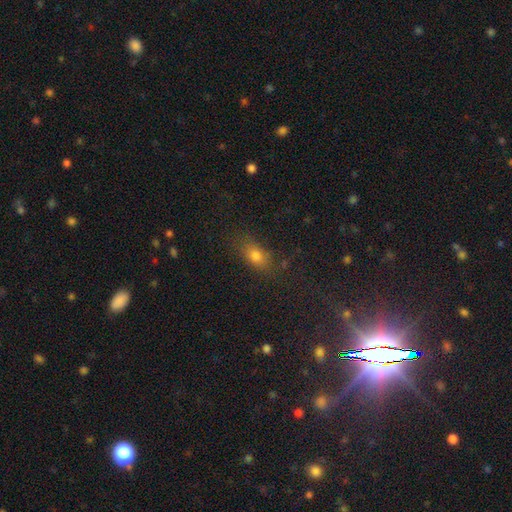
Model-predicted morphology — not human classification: A smooth galaxy with no disk features (72%) that is in between round and cigar-shaped (74%). Merging: none (74%).